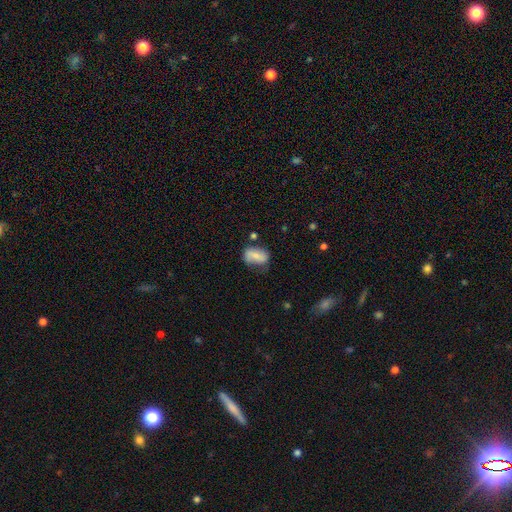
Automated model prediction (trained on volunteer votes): smooth_or_featured: smooth (p=0.65) [alt: featured or disk p=0.27]
how_rounded: in between (p=0.82) [alt: round p=0.15]
merging: none (p=0.54) [alt: minor disturbance p=0.29]